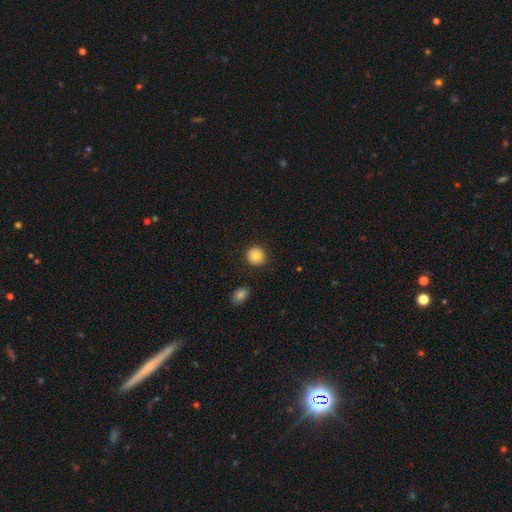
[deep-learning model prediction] The model was most divided on "smooth or featured": smooth: 85%, star or artifact: 9%, featured or disk: 7%. More confident: how rounded — round (91%); merging — none (90%).